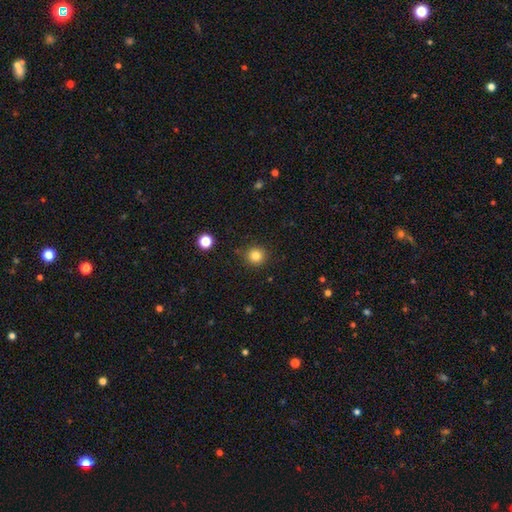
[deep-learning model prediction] The model was most divided on "smooth or featured": smooth: 82%, star or artifact: 12%, featured or disk: 6%. More confident: how rounded — round (94%); merging — none (90%).